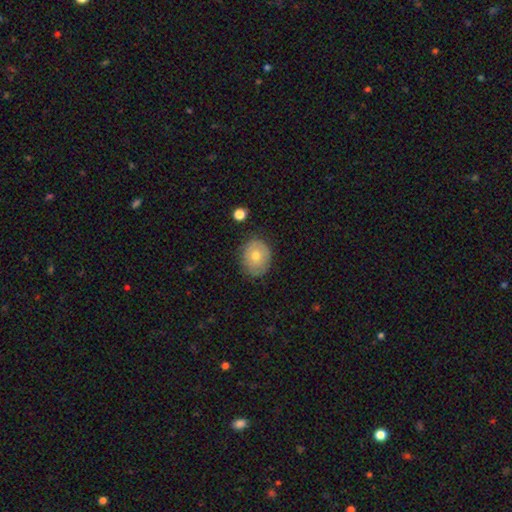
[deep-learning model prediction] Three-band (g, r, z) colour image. It shows a smooth galaxy with no disk features (62%) that is round (52%). Merging: none (80%).